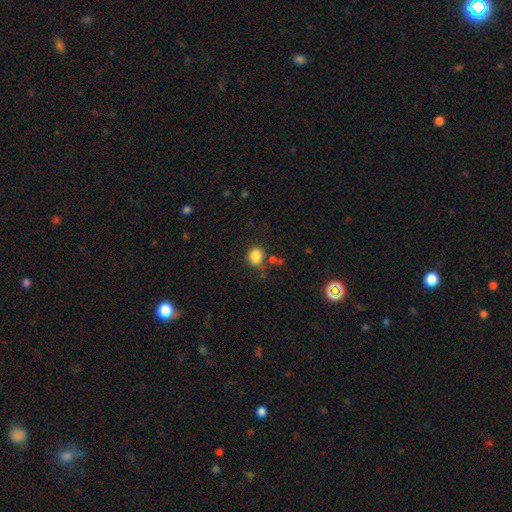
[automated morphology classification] Smooth or featured?
  - smooth: 84% *
  - star or artifact: 11%
  - featured or disk: 5%
How rounded?
  - round: 72% *
  - in between: 27%
  - cigar-shaped: 1%
Merging?
  - none: 74% *
  - minor disturbance: 14%
  - merger: 7%
  - major disturbance: 5%